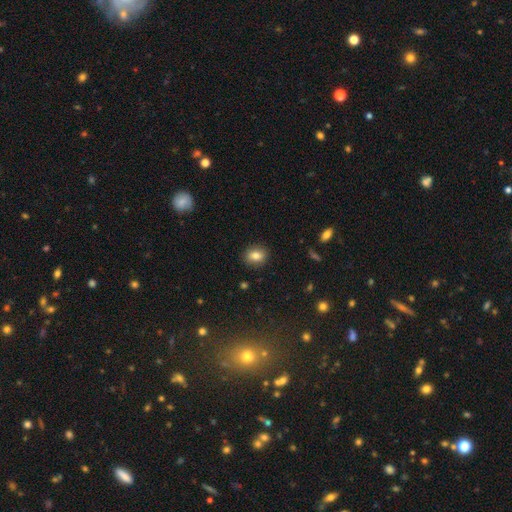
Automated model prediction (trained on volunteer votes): This appears to be a smooth galaxy with no disk features (81%) that is round (50%). Merging: none (88%).